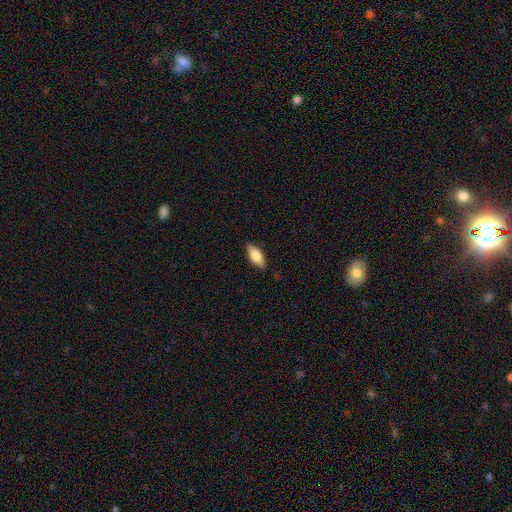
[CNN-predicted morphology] This appears to be a smooth galaxy with no disk features (73%) that is in between round and cigar-shaped (77%). Merging: none (85%).